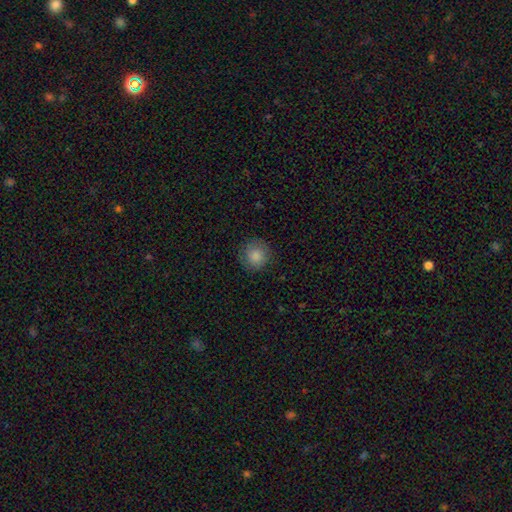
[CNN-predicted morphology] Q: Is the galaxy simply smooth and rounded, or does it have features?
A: smooth — 86%.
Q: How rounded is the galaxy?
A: round — 92%.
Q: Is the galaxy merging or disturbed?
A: none — 85%.